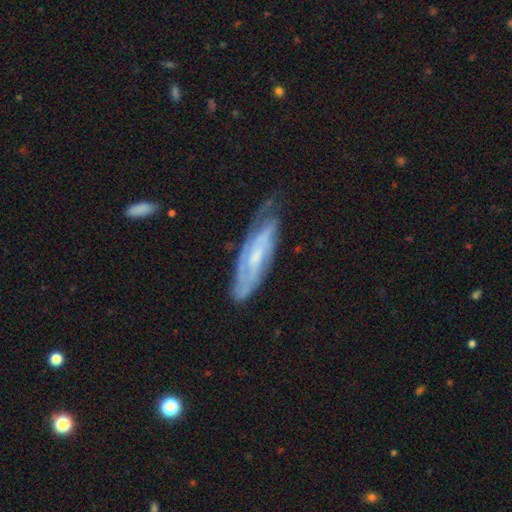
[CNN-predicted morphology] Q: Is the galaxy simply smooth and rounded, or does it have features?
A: featured or disk — 71%.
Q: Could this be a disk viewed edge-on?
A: no — 76%.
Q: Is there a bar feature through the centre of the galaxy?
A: no — 50%.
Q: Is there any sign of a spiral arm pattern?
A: yes — 88%.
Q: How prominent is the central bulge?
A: small — 52%.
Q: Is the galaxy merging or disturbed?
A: none — 54%.